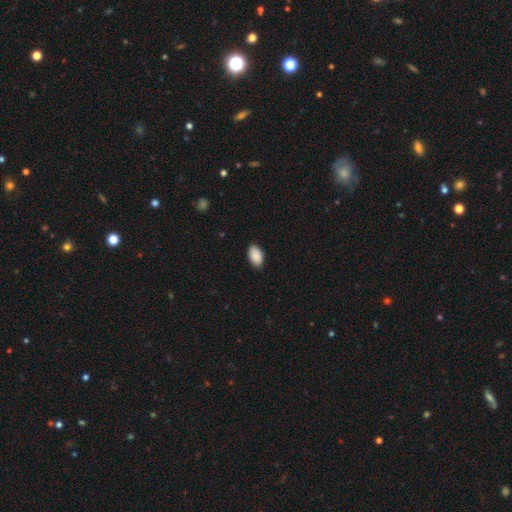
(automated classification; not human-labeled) Smooth or featured: smooth — 91% (star or artifact — 6%)
How rounded: in between — 95% (round — 3%)
Merging: none — 87% (minor disturbance — 10%)